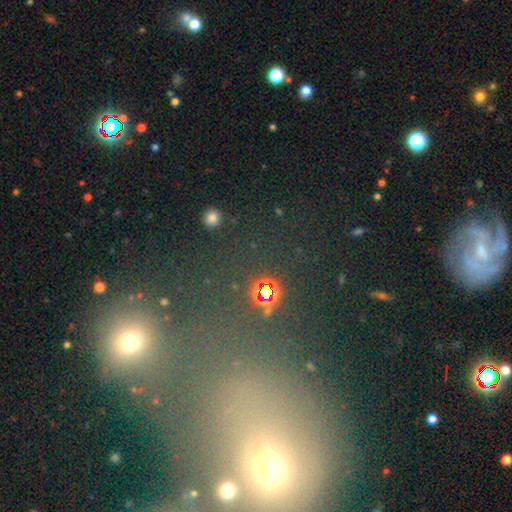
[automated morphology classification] Smooth or featured? star or artifact (52%)